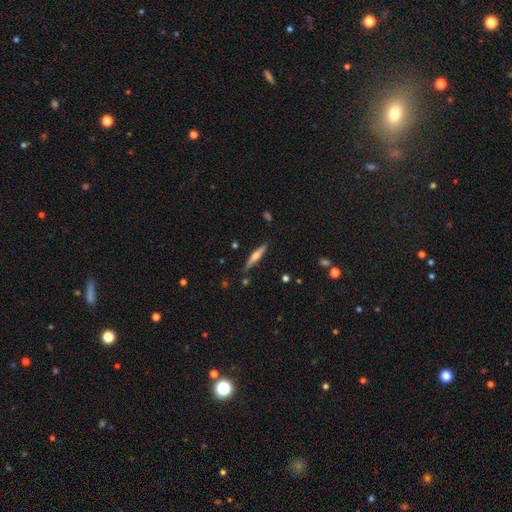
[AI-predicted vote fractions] Smooth or featured?
  - featured or disk: 51% *
  - smooth: 43%
  - star or artifact: 6%
Edge-on disk?
  - yes: 95% *
  - no: 5%
Merging?
  - none: 84% *
  - minor disturbance: 11%
  - merger: 3%
  - major disturbance: 2%